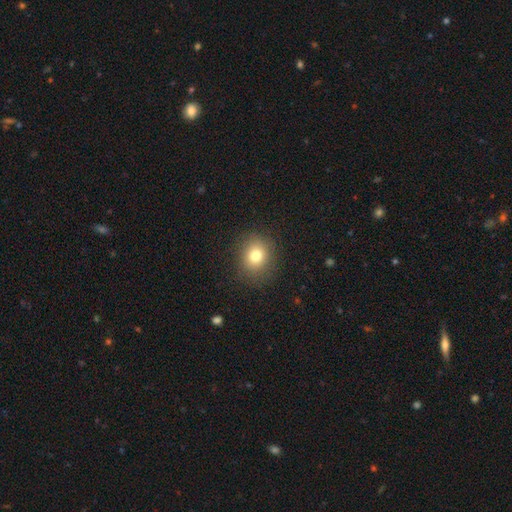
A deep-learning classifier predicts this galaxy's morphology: This appears to be a smooth galaxy with no disk features (79%) that is round (71%). Merging: none (87%).